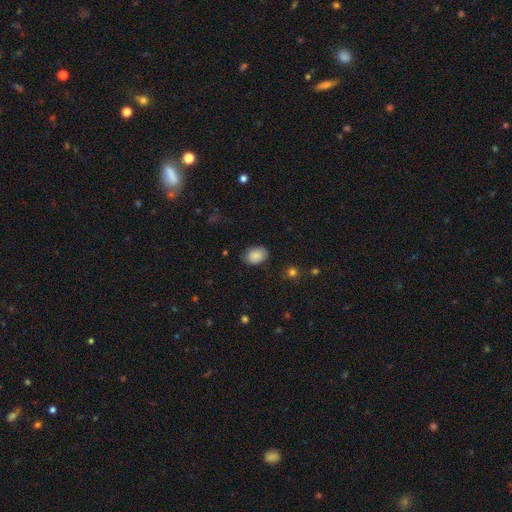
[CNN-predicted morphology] A smooth galaxy with no disk features (89%) that is in between round and cigar-shaped (76%).

Vote fractions:
- Smooth or featured? smooth: 89% / star or artifact: 7% / featured or disk: 4%
- How rounded? in between: 76% / round: 23% / cigar-shaped: 1%
- Merging? none: 84% / minor disturbance: 12% / major disturbance: 3% / merger: 1%